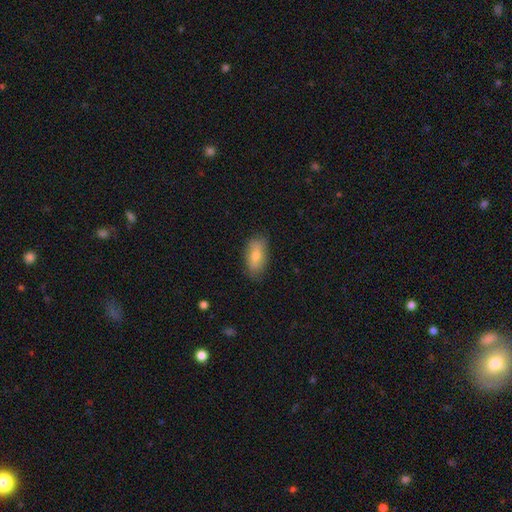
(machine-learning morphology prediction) Overall: smooth (72%). How rounded: in between (86%). Merging: none (82%).